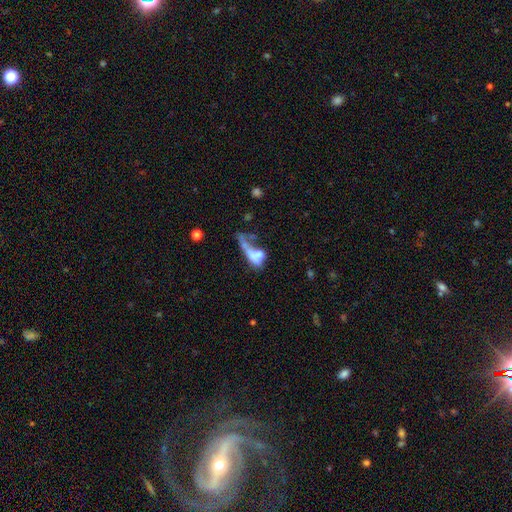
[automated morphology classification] A smooth galaxy with no disk features (48%).

Vote fractions:
- Smooth or featured? smooth: 48% / featured or disk: 40% / star or artifact: 12%
- Merging? major disturbance: 38% / merger: 36% / none: 16% / minor disturbance: 11%